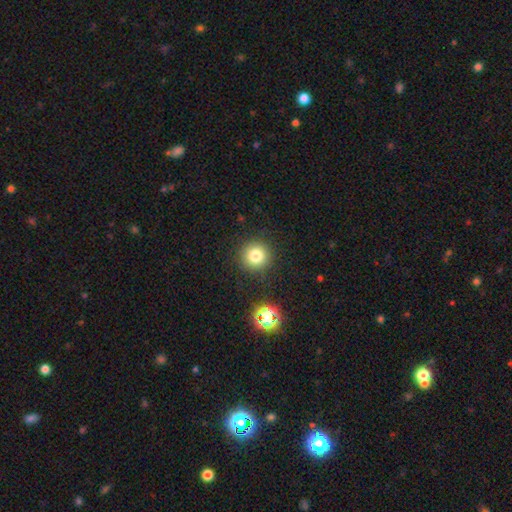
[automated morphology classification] Smooth or featured? Predicted: smooth (p=0.78). How rounded? Predicted: round (p=0.95). Merging? Predicted: none (p=0.89).